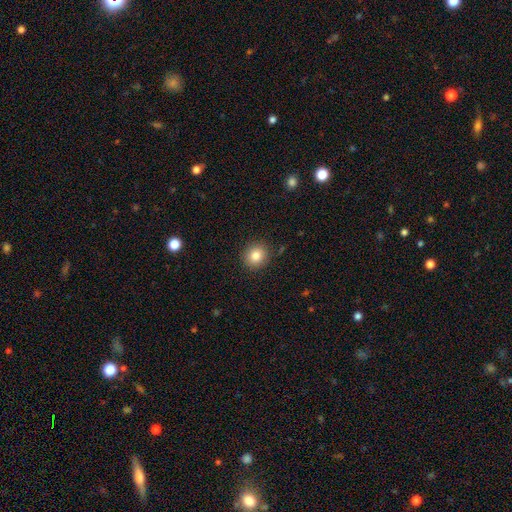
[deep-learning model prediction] smooth-or-featured: smooth: 83% | star or artifact: 10% | featured or disk: 7%
  how-rounded: round: 84% | in between: 15% | cigar-shaped: 1%
  merging: none: 89% | minor disturbance: 7% | major disturbance: 2% | merger: 1%